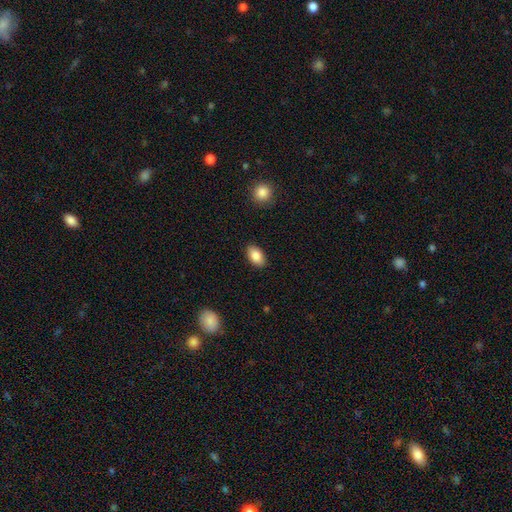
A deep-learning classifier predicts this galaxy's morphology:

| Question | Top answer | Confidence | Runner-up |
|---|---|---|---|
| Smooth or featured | smooth | 86% | star or artifact (8%) |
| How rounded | in between | 91% | round (7%) |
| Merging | none | 88% | minor disturbance (9%) |